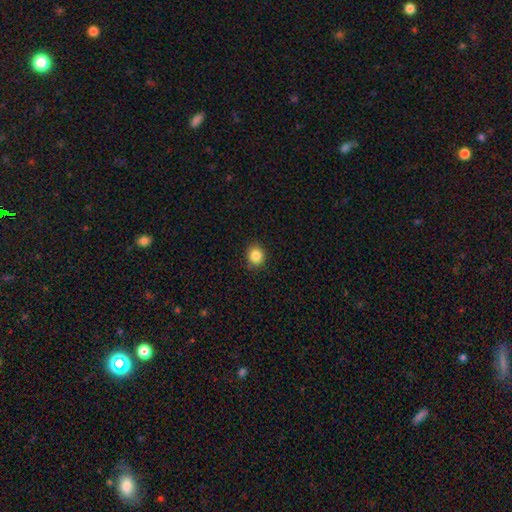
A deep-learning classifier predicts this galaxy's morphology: smooth_or_featured: smooth (p=0.86) [alt: star or artifact p=0.10]
how_rounded: round (p=0.86) [alt: in between p=0.13]
merging: none (p=0.88) [alt: minor disturbance p=0.08]